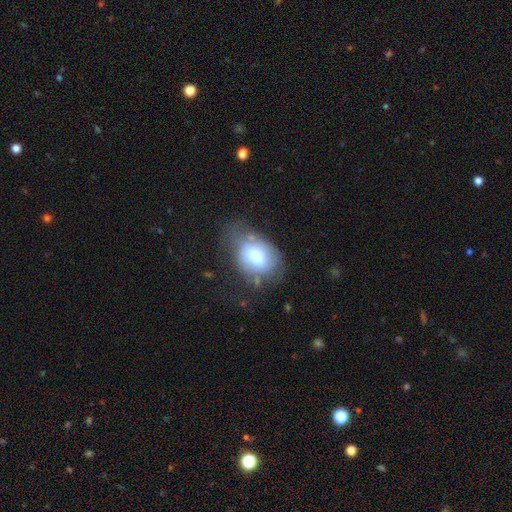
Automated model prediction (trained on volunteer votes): A smooth galaxy with no disk features (65%) that is in between round and cigar-shaped (66%).

Vote fractions:
- Smooth or featured? smooth: 65% / featured or disk: 26% / star or artifact: 9%
- How rounded? in between: 66% / round: 33% / cigar-shaped: 1%
- Merging? none: 38% / minor disturbance: 32% / major disturbance: 24% / merger: 6%